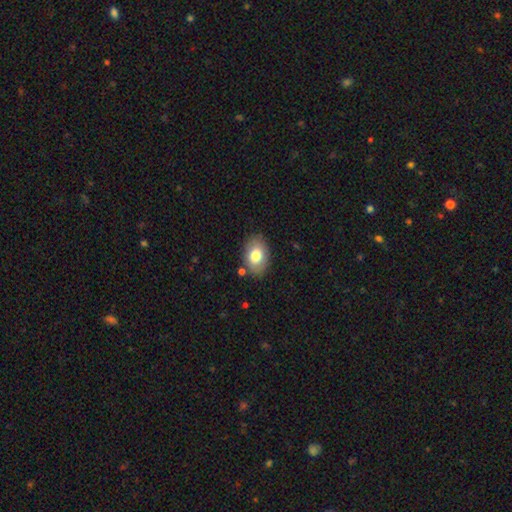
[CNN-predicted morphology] smooth_or_featured: smooth (p=0.76) [alt: featured or disk p=0.17]
how_rounded: in between (p=0.86) [alt: round p=0.13]
merging: none (p=0.82) [alt: minor disturbance p=0.12]